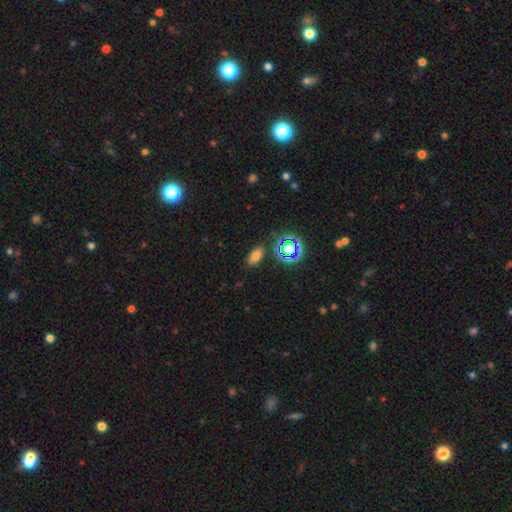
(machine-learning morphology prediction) A smooth galaxy with no disk features (69%) that is in between round and cigar-shaped (84%). Merging: none (83%).